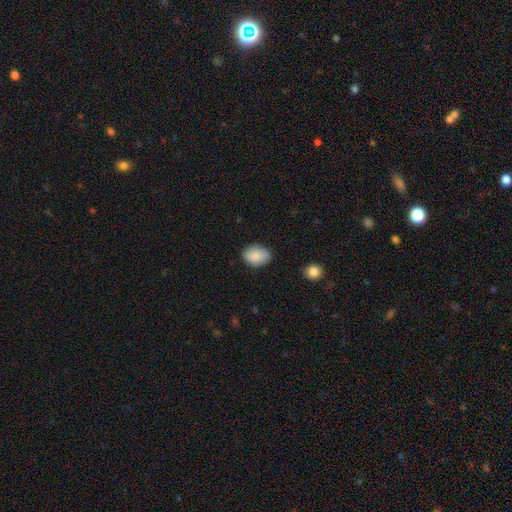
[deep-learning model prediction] smooth_or_featured: smooth (p=0.88) [alt: star or artifact p=0.07]
how_rounded: in between (p=0.72) [alt: round p=0.27]
merging: none (p=0.82) [alt: minor disturbance p=0.14]